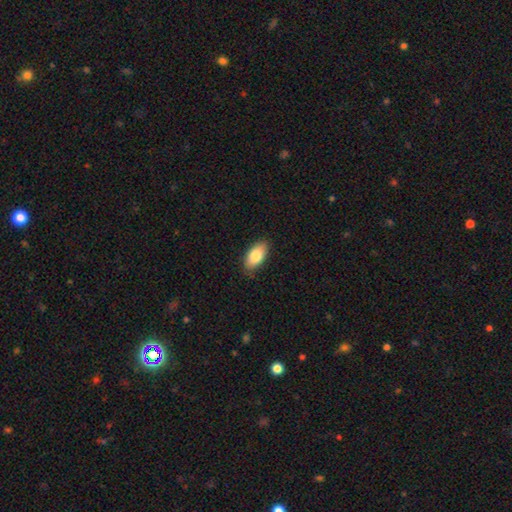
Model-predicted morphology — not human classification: Smooth or featured? smooth (83%)
How rounded? in between (92%)
Merging? none (85%)